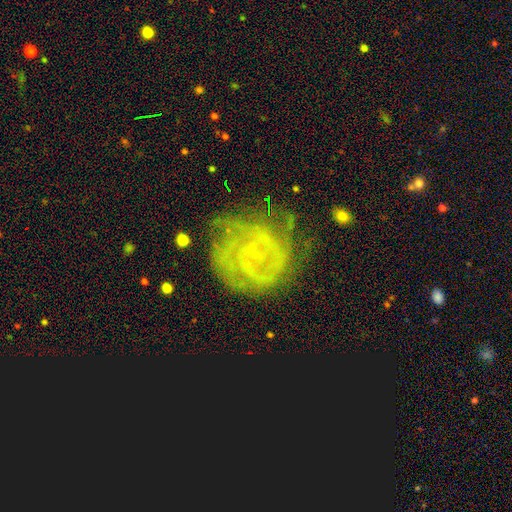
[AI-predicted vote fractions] This appears to be a featured or disk galaxy (52%) with no bar (60%), spiral arms (81%) and a small central bulge (57%). Merging: none (75%).